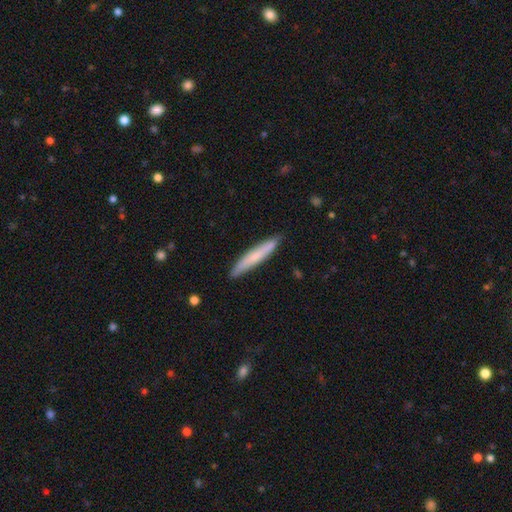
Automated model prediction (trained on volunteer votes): The model was most divided on "smooth or featured": smooth: 67%, featured or disk: 27%, star or artifact: 6%. More confident: how rounded — cigar-shaped (94%); merging — none (86%).